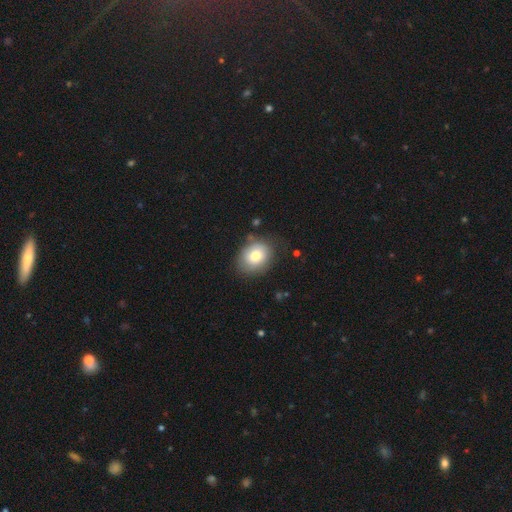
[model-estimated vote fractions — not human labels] Q: Smooth or featured?
A: smooth (77%); runner-up: featured or disk (15%)
Q: How rounded?
A: in between (50%); runner-up: round (49%)
Q: Merging?
A: none (74%); runner-up: minor disturbance (18%)